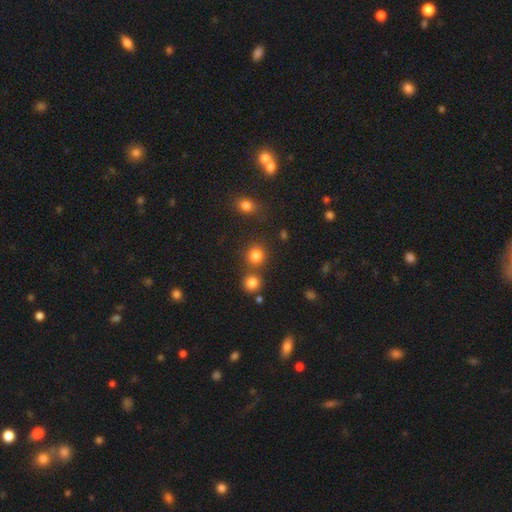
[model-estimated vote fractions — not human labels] Overall: smooth (80%). How rounded: round (88%). Merging: none (74%).